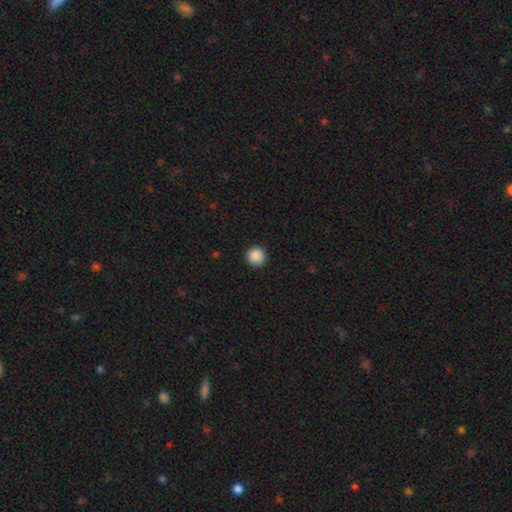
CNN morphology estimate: Smooth or featured? smooth (89%)
How rounded? round (96%)
Merging? none (93%)